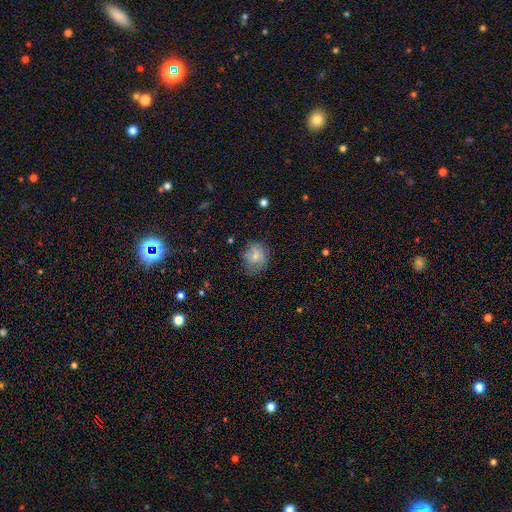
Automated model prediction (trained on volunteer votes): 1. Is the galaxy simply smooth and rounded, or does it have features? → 74% smooth, 16% featured or disk, 10% star or artifact.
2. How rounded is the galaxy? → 72% round, 27% in between, 1% cigar-shaped.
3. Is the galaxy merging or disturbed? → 68% none, 23% minor disturbance, 8% major disturbance, 1% merger.